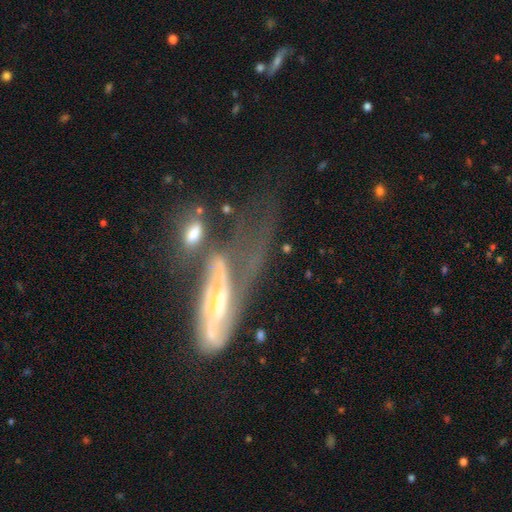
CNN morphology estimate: A featured or disk galaxy (78%) with no bar (46%), 2 (62%) medium (37%) spiral arms (83%) and a small central bulge (56%). Merging: major disturbance (34%).